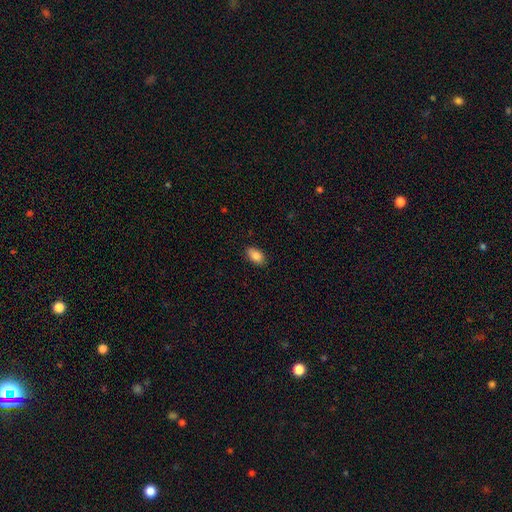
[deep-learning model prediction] Q: Smooth or featured?
A: smooth (87%); runner-up: star or artifact (8%)
Q: How rounded?
A: in between (89%); runner-up: round (7%)
Q: Merging?
A: none (84%); runner-up: minor disturbance (12%)